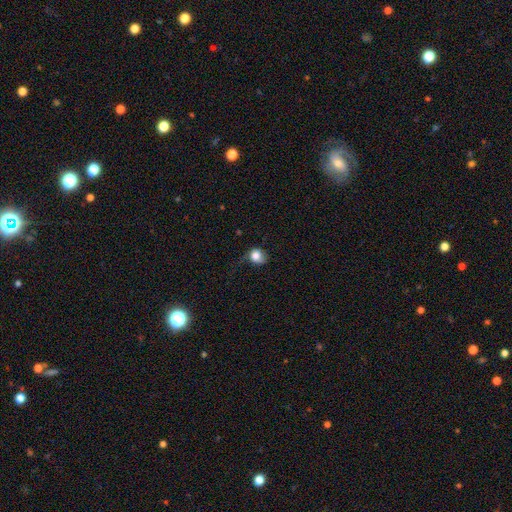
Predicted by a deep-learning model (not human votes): Q: Smooth or featured?
A: smooth (78%); runner-up: featured or disk (13%)
Q: How rounded?
A: round (68%); runner-up: in between (31%)
Q: Merging?
A: none (40%); runner-up: minor disturbance (34%)